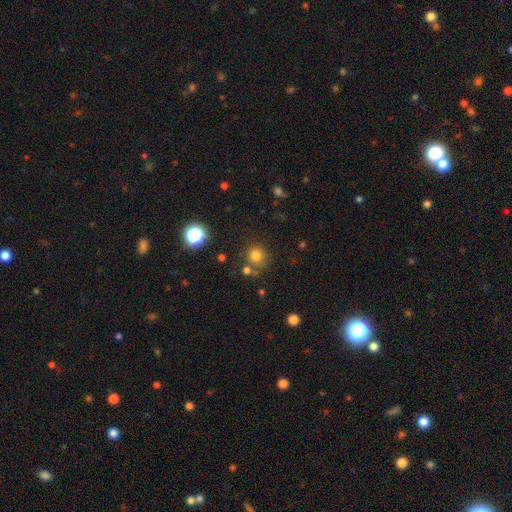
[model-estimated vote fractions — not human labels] Q: Smooth or featured?
A: smooth (76%); runner-up: star or artifact (17%)
Q: How rounded?
A: round (90%); runner-up: in between (9%)
Q: Merging?
A: none (75%); runner-up: merger (11%)